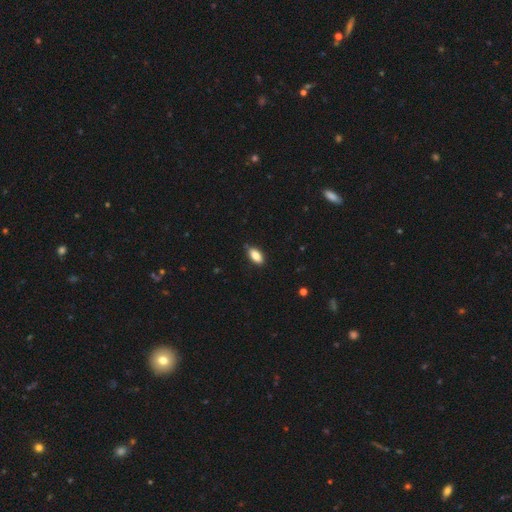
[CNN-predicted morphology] Smooth or featured? smooth (85%)
How rounded? in between (89%)
Merging? none (79%)